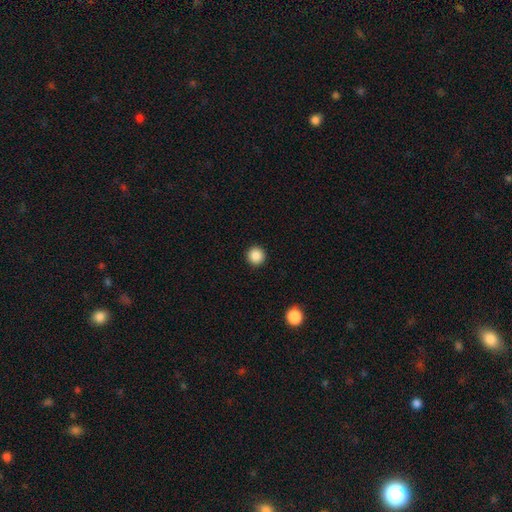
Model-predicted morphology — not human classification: smooth 88%, star or artifact 10%, featured or disk 3%. Down the decision tree: how rounded — round (96%); merging — none (93%).